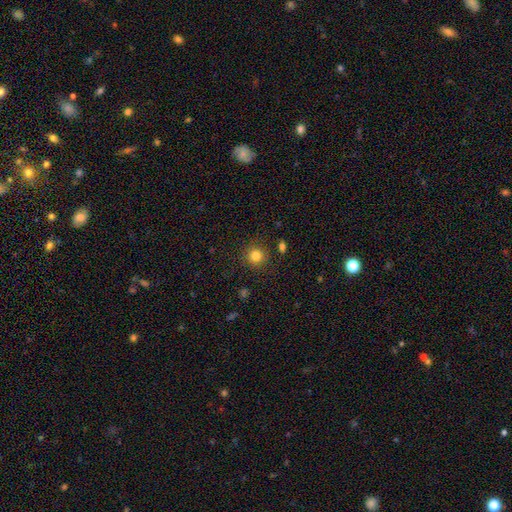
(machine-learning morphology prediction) Smooth or featured? smooth (83%)
How rounded? round (92%)
Merging? none (88%)